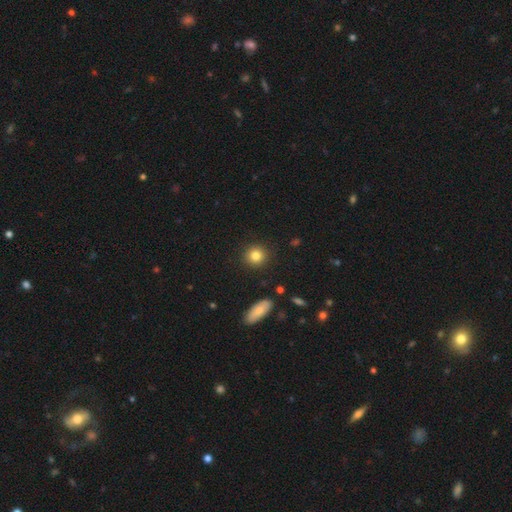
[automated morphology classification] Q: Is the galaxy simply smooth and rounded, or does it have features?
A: smooth — 84%.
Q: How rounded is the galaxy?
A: round — 90%.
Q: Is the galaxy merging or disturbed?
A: none — 91%.